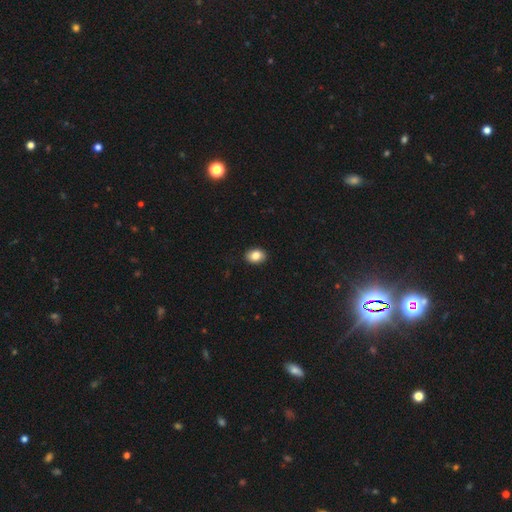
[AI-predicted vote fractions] smooth-or-featured: smooth: 84% | star or artifact: 9% | featured or disk: 8%
  how-rounded: in between: 71% | round: 28% | cigar-shaped: 1%
  merging: none: 90% | minor disturbance: 7% | major disturbance: 2% | merger: 1%